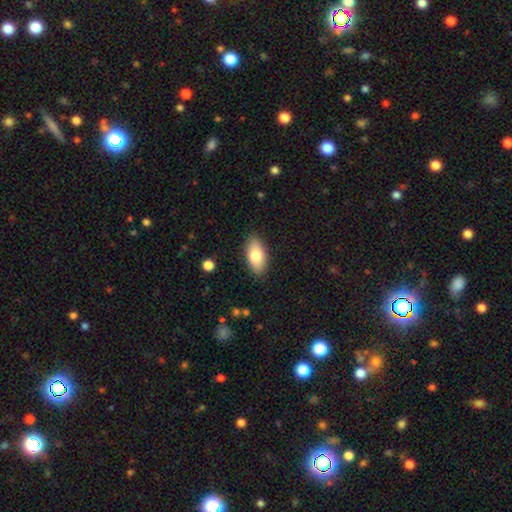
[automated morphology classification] A smooth galaxy with no disk features (80%) that is in between round and cigar-shaped (92%). Merging: none (87%).